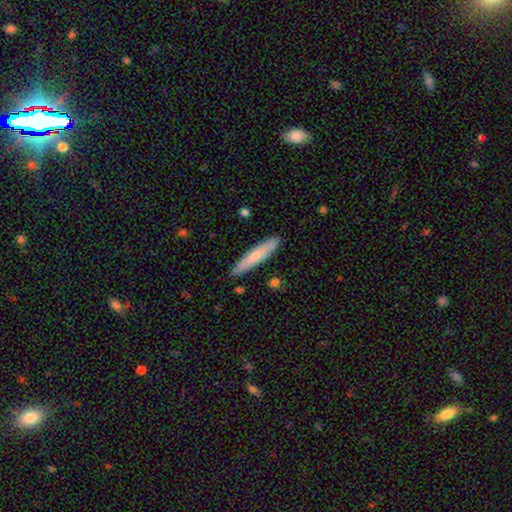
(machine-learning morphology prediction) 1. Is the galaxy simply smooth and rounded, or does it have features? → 71% smooth, 23% featured or disk, 6% star or artifact.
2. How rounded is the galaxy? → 90% cigar-shaped, 9% in between, 1% round.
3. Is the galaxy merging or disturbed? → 88% none, 9% minor disturbance, 2% major disturbance, 2% merger.